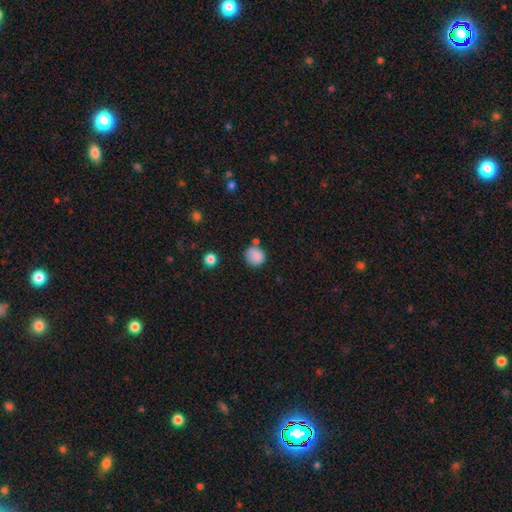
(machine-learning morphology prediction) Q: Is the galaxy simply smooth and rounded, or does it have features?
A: smooth — 84%.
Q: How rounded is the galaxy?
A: round — 80%.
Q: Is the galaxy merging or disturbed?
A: none — 65%.